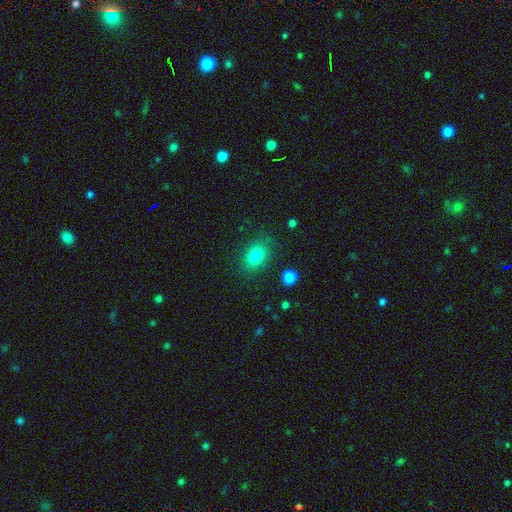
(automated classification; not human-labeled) This appears to be a smooth galaxy with no disk features (81%) that is in between round and cigar-shaped (75%). Merging: none (81%).